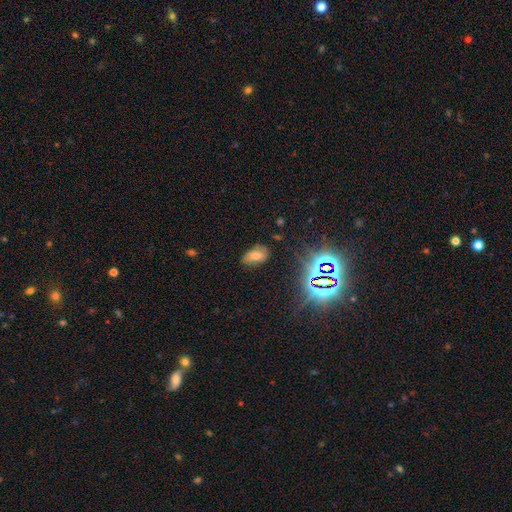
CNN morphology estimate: Smooth or featured? Predicted: smooth (p=0.44). Merging? Predicted: none (p=0.78).